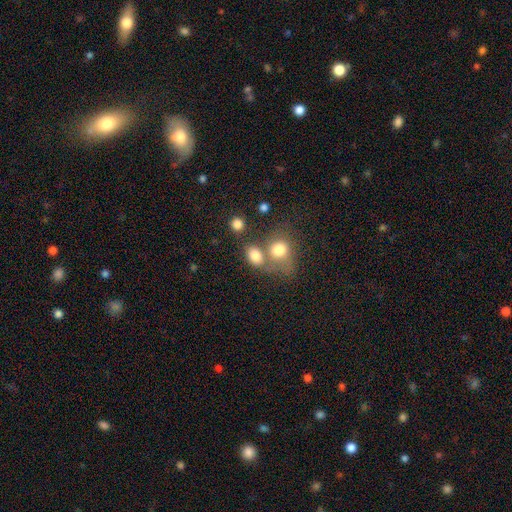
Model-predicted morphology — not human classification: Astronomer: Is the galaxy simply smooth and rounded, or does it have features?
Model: smooth — 79%.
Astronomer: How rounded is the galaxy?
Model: in between — 64%.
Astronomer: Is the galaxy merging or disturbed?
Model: none — 42% (runner-up: merger, 40%).